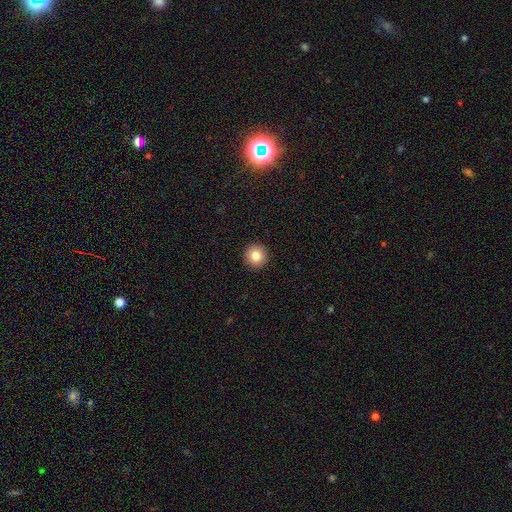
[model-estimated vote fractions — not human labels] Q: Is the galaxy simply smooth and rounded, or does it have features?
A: smooth — 84%.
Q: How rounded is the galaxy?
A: round — 95%.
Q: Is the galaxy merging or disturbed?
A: none — 94%.